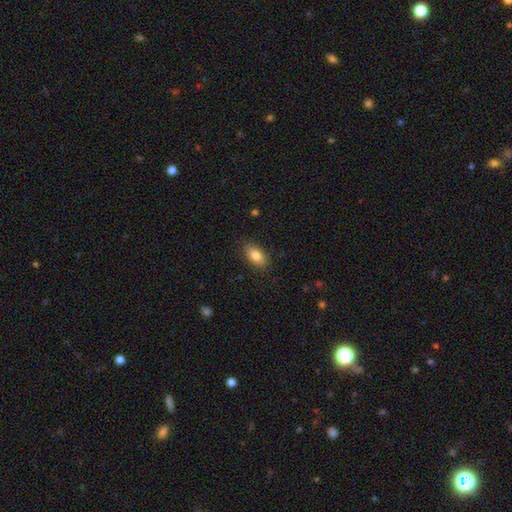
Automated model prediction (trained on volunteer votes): A smooth galaxy with no disk features (83%) that is in between round and cigar-shaped (90%). Merging: none (86%).